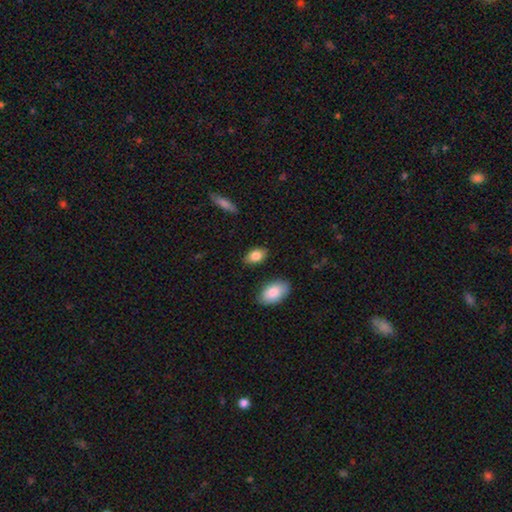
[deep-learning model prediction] Smooth or featured?
  - smooth: 84% *
  - featured or disk: 9%
  - star or artifact: 7%
How rounded?
  - in between: 90% *
  - round: 7%
  - cigar-shaped: 2%
Merging?
  - none: 84% *
  - minor disturbance: 11%
  - merger: 3%
  - major disturbance: 2%